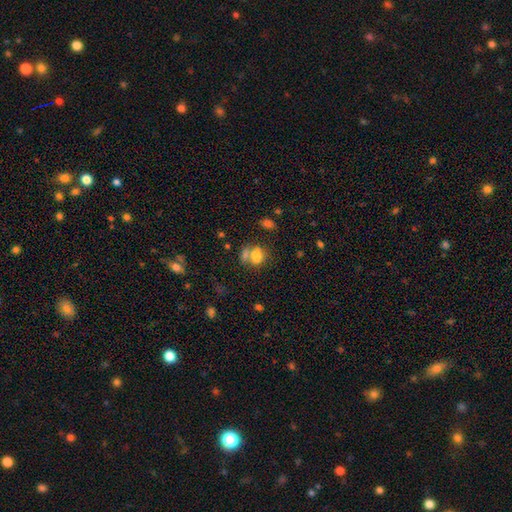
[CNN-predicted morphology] A smooth galaxy with no disk features (72%) that is in between round and cigar-shaped (67%). Merging: merger (46%).